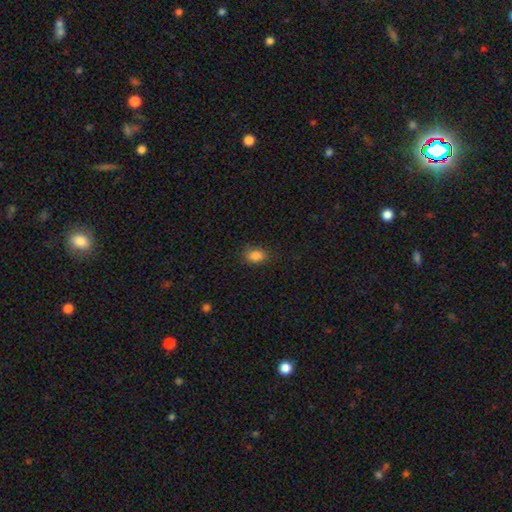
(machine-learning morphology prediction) Smooth or featured: smooth — 85% (star or artifact — 11%)
How rounded: in between — 72% (round — 27%)
Merging: none — 77% (minor disturbance — 18%)